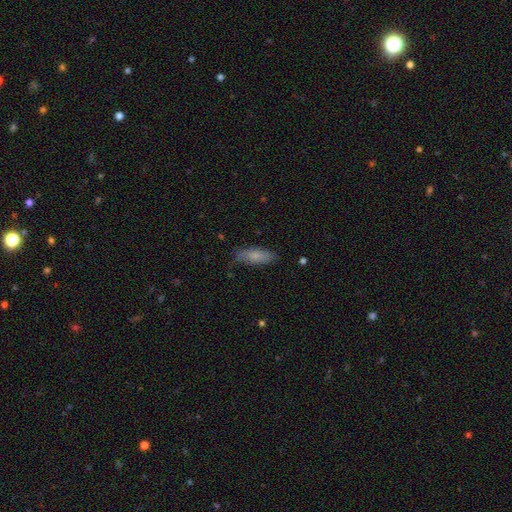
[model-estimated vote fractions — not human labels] This is likely a smooth galaxy (77%). How rounded: possibly in between (55%). Merging: likely none (74%).